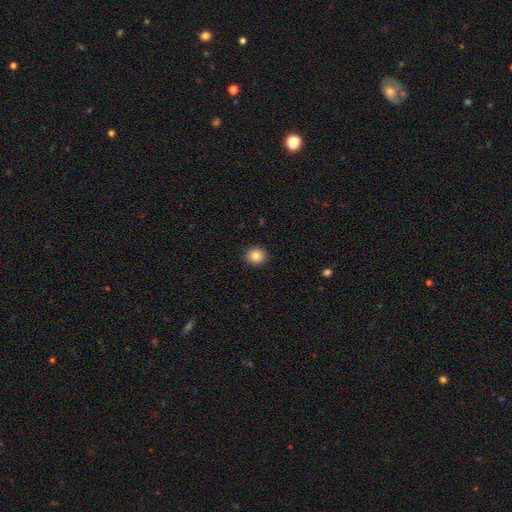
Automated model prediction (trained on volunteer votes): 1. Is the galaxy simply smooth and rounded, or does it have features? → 85% smooth, 10% star or artifact, 6% featured or disk.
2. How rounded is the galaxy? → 84% round, 16% in between, 1% cigar-shaped.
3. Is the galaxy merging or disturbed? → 92% none, 6% minor disturbance, 2% major disturbance, 1% merger.